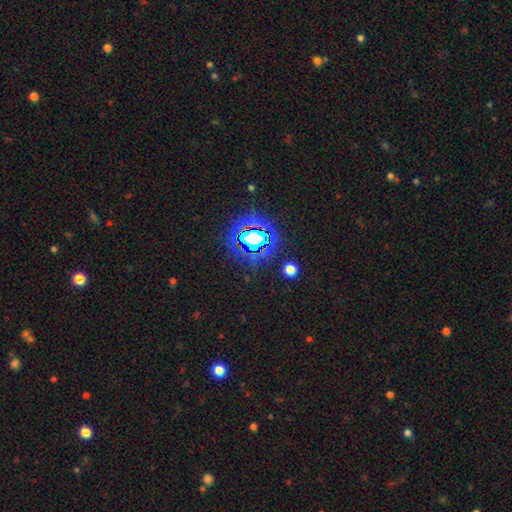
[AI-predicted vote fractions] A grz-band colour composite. It shows a star or artifact, not a galaxy (80%).